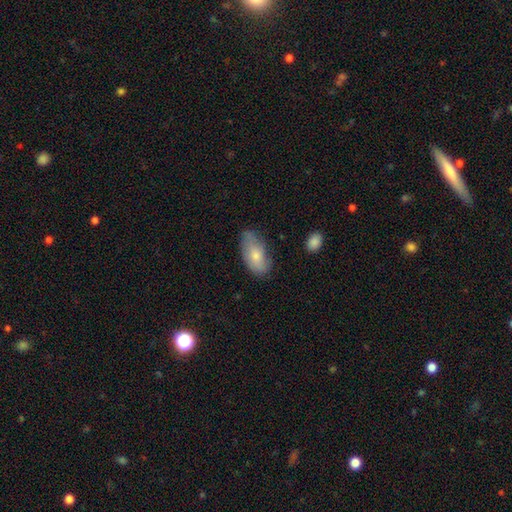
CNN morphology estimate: smooth-or-featured: smooth: 74% | featured or disk: 20% | star or artifact: 7%
  how-rounded: in between: 93% | cigar-shaped: 4% | round: 4%
  merging: none: 62% | minor disturbance: 29% | major disturbance: 7% | merger: 2%